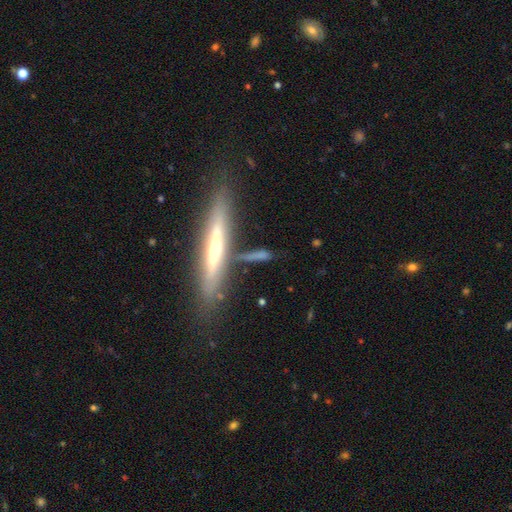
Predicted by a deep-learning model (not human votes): Smooth or featured: featured or disk — 63% (smooth — 29%)
Edge-on disk: yes — 90% (no — 10%)
Edge-on bulge: rounded — 53% (none — 36%)
Merging: none — 72% (minor disturbance — 15%)